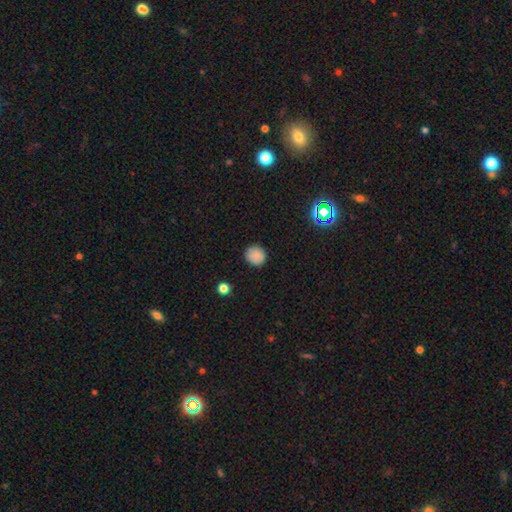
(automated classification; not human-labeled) Q: Smooth or featured?
A: smooth (84%); runner-up: star or artifact (11%)
Q: How rounded?
A: round (91%); runner-up: in between (8%)
Q: Merging?
A: none (88%); runner-up: minor disturbance (9%)